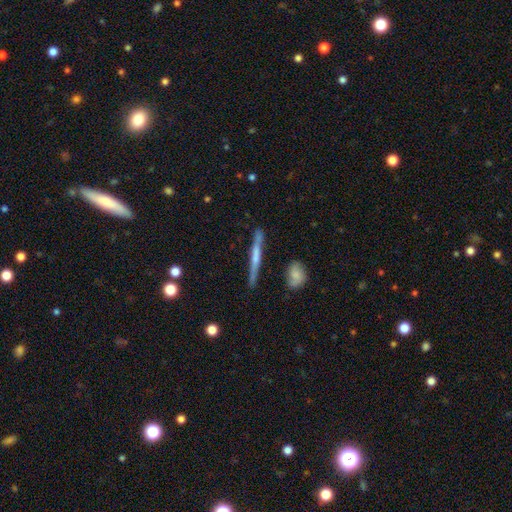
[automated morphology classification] Q: Smooth or featured?
A: featured or disk (57%); runner-up: smooth (36%)
Q: Edge-on disk?
A: yes (95%); runner-up: no (5%)
Q: Edge-on bulge?
A: none (51%); runner-up: rounded (38%)
Q: Merging?
A: none (83%); runner-up: minor disturbance (12%)